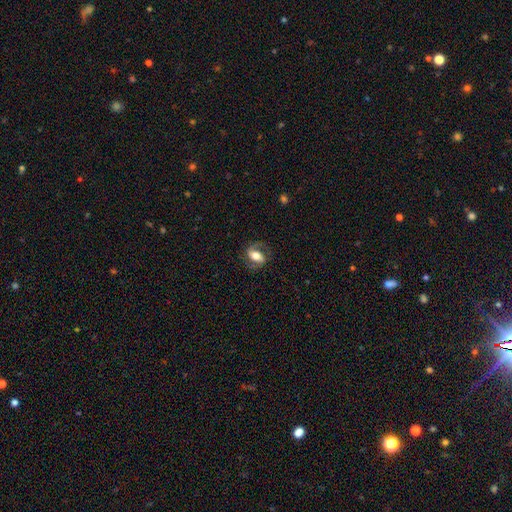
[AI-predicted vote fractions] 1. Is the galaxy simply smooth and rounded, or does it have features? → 62% featured or disk, 31% smooth, 7% star or artifact.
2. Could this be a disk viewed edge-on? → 94% no, 6% yes.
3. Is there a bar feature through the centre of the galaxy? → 39% strong, 31% weak, 29% no.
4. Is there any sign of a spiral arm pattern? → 83% yes, 17% no.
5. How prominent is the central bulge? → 54% moderate, 31% large, 9% small, 4% dominant, 2% none.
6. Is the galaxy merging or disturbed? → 74% none, 15% minor disturbance, 9% major disturbance, 1% merger.